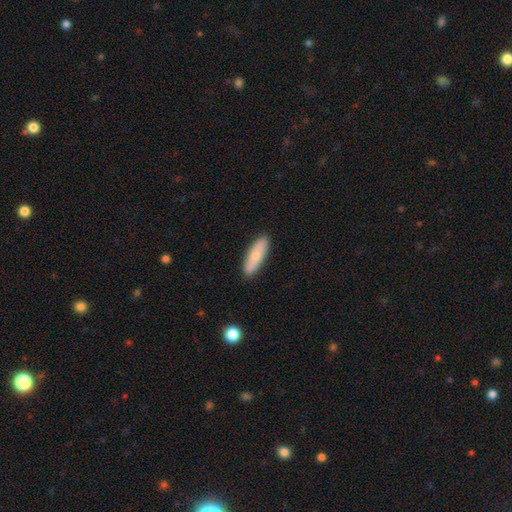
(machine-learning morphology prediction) Q: Smooth or featured?
A: smooth (77%); runner-up: featured or disk (17%)
Q: How rounded?
A: cigar-shaped (59%); runner-up: in between (39%)
Q: Merging?
A: none (88%); runner-up: minor disturbance (9%)